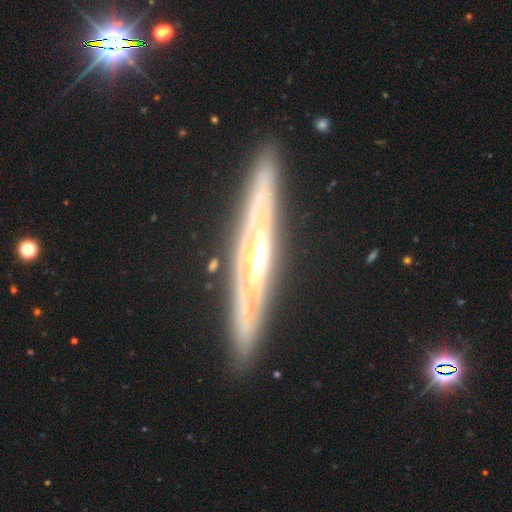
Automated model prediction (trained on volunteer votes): Smooth or featured? Predicted: featured or disk (p=0.83). Edge-on disk? Predicted: yes (p=0.89). Edge-on bulge? Predicted: rounded (p=0.65). Merging? Predicted: none (p=0.88).